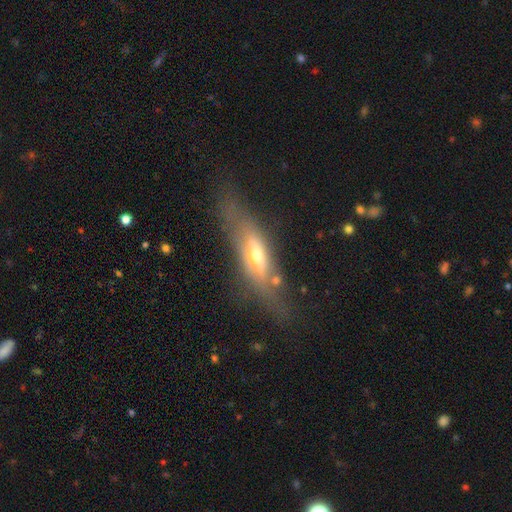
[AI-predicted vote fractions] featured or disk 62%, smooth 30%, star or artifact 8%. Down the decision tree: edge-on disk — yes (77%); merging — none (66%).